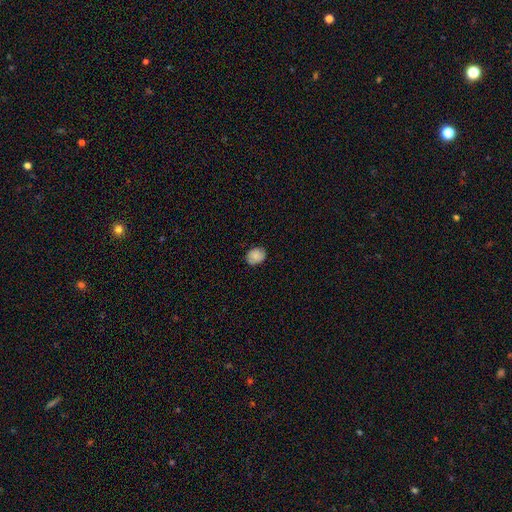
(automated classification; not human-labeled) Smooth or featured? Predicted: smooth (p=0.81). How rounded? Predicted: round (p=0.52). Merging? Predicted: none (p=0.80).